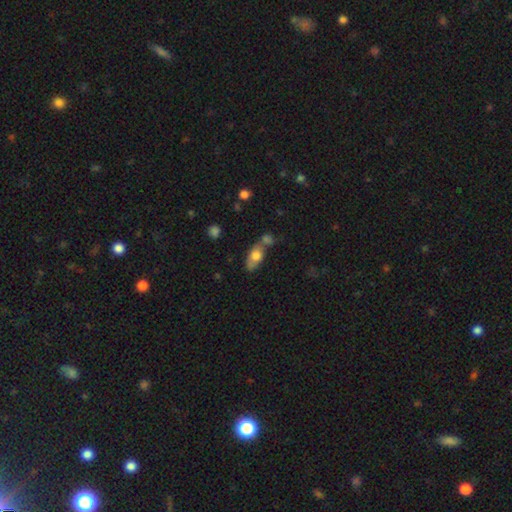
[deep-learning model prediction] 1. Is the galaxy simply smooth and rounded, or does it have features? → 69% smooth, 23% featured or disk, 8% star or artifact.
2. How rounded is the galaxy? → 82% in between, 11% cigar-shaped, 8% round.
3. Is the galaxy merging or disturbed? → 42% none, 35% merger, 16% minor disturbance, 7% major disturbance.